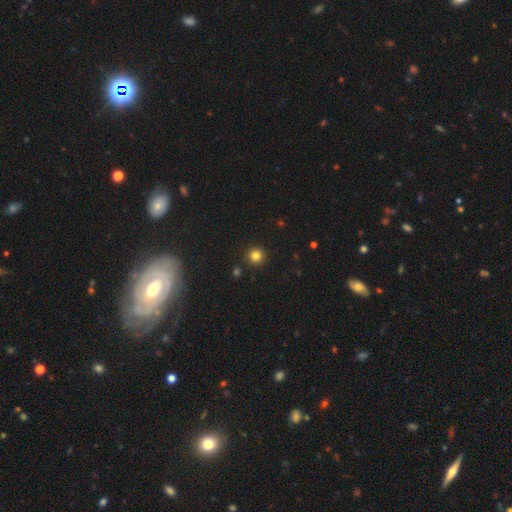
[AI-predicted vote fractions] A smooth galaxy with no disk features (81%) that is round (95%).

Vote fractions:
- Smooth or featured? smooth: 81% / star or artifact: 14% / featured or disk: 5%
- How rounded? round: 95% / in between: 4% / cigar-shaped: 1%
- Merging? none: 91% / minor disturbance: 5% / merger: 2% / major disturbance: 2%